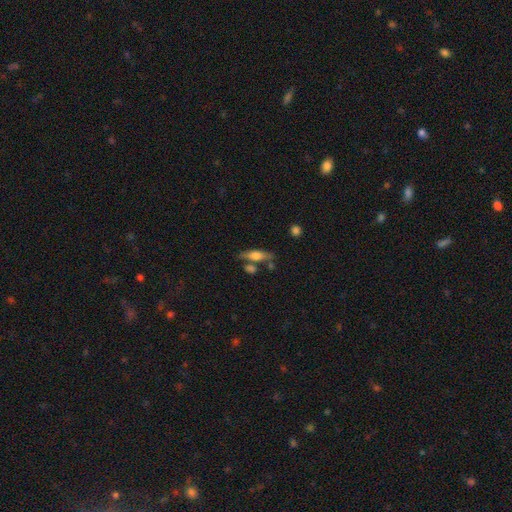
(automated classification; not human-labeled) smooth 54%, featured or disk 38%, star or artifact 8%. Down the decision tree: how rounded — cigar-shaped (52%); merging — none (65%).